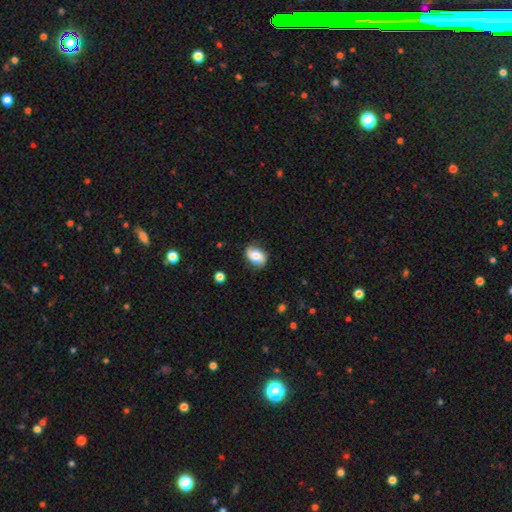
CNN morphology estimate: A smooth galaxy with no disk features (54%) that is in between round and cigar-shaped (82%). Merging: none (75%).